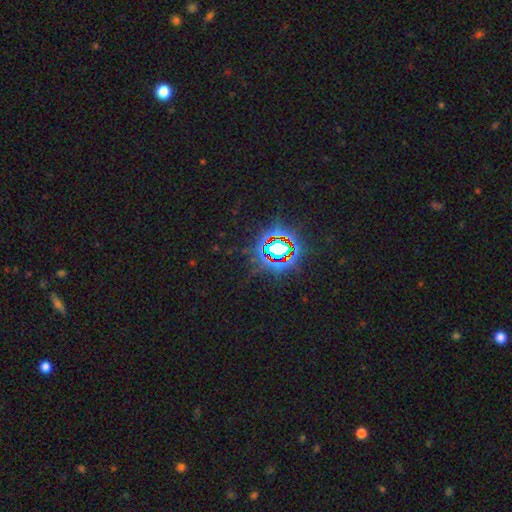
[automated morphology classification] Smooth or featured? star or artifact (83%)